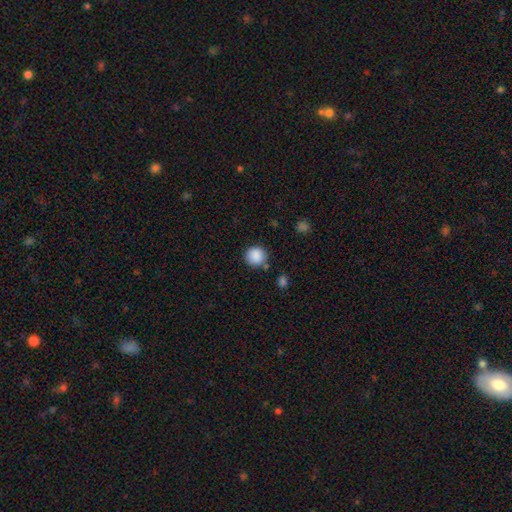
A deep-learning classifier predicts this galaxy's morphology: This appears to be a smooth galaxy with no disk features (88%) that is round (92%). Merging: none (81%).